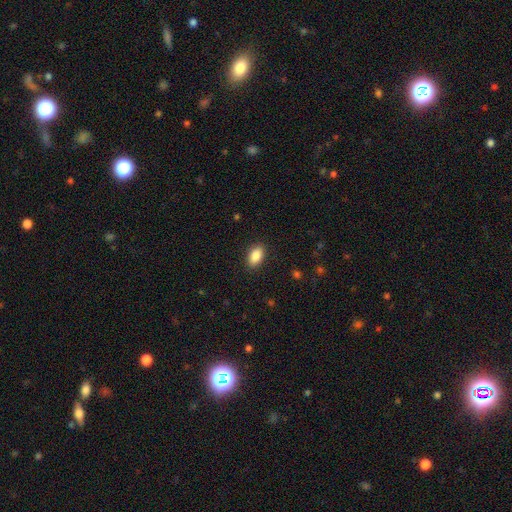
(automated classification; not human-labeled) Q: Smooth or featured?
A: smooth (88%); runner-up: star or artifact (7%)
Q: How rounded?
A: in between (92%); runner-up: round (6%)
Q: Merging?
A: none (89%); runner-up: minor disturbance (8%)